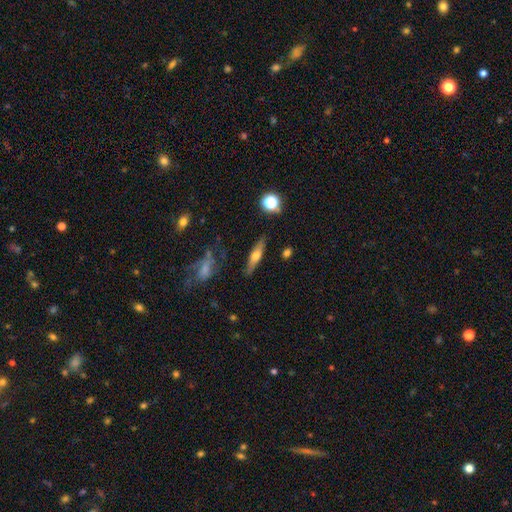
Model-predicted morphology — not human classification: Overall: featured or disk (47%; smooth 45%). Merging: none (83%).